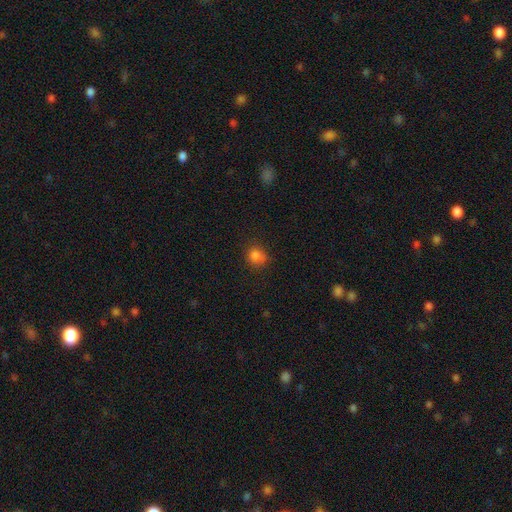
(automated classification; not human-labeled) This is clearly a smooth galaxy (80%). How rounded: likely round (77%). Merging: likely none (68%).